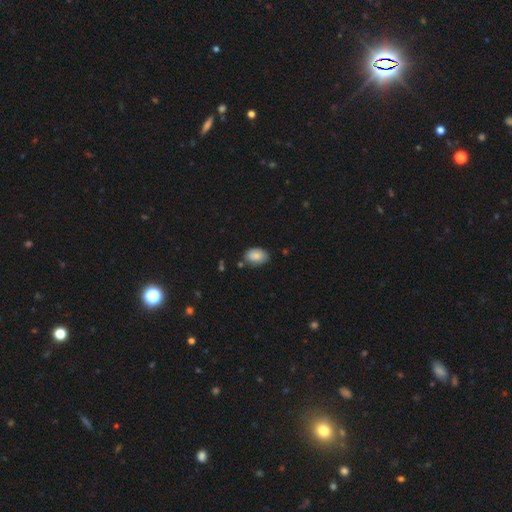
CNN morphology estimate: This is clearly a smooth galaxy (86%). How rounded: clearly in between (87%). Merging: likely none (75%).